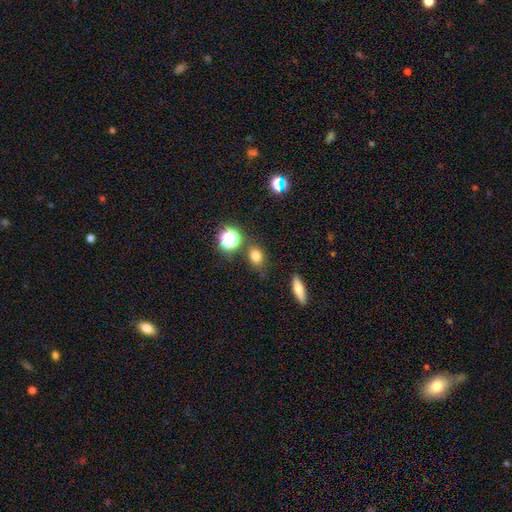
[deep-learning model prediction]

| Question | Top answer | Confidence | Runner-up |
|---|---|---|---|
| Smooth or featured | smooth | 75% | star or artifact (17%) |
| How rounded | in between | 51% | round (46%) |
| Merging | none | 77% | minor disturbance (12%) |